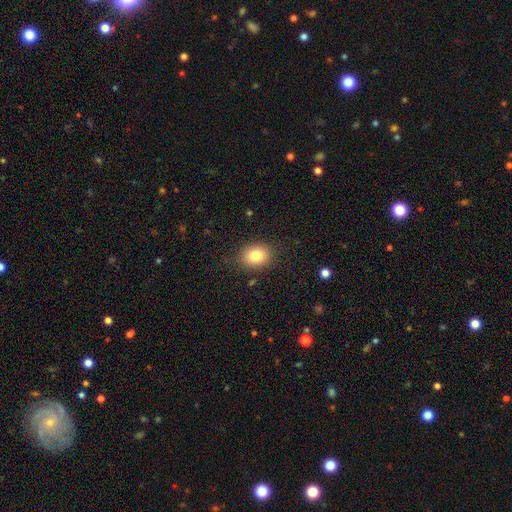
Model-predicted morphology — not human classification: type=smooth (81%); roundness=round (50%); merging=none (86%).